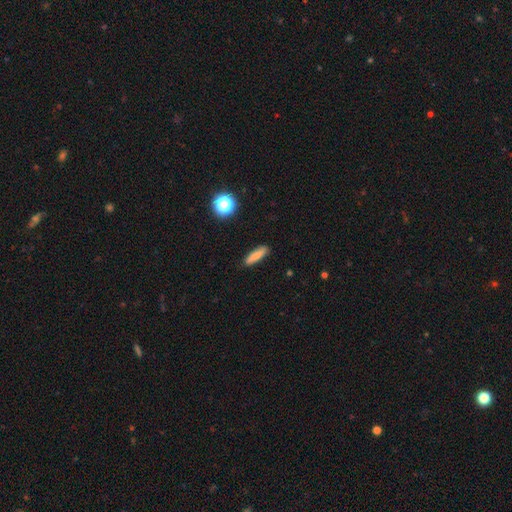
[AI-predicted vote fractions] A smooth galaxy with no disk features (78%) that is cigar-shaped (69%).

Vote fractions:
- Smooth or featured? smooth: 78% / featured or disk: 13% / star or artifact: 9%
- How rounded? cigar-shaped: 69% / in between: 28% / round: 3%
- Merging? none: 86% / minor disturbance: 10% / major disturbance: 2% / merger: 1%